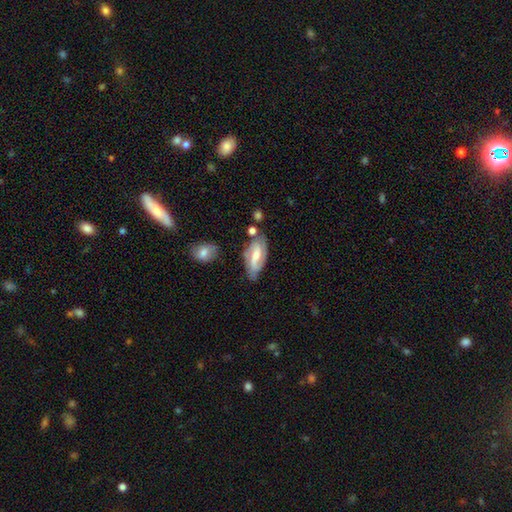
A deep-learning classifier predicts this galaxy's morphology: A featured or disk galaxy (59%) with a weak bar (47%), spiral arms (86%) and a moderate central bulge (48%).

Vote fractions:
- Smooth or featured? featured or disk: 59% / smooth: 34% / star or artifact: 7%
- Edge-on disk? no: 90% / yes: 10%
- Bar? weak: 47% / strong: 28% / no: 25%
- Spiral arms? yes: 86% / no: 14%
- Bulge size? moderate: 48% / small: 37% / none: 7% / large: 7% / dominant: 1%
- Merging? none: 66% / minor disturbance: 22% / major disturbance: 6% / merger: 6%